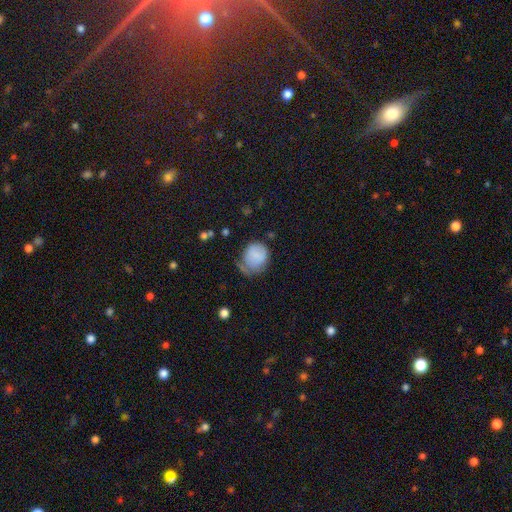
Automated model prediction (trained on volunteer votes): Q: Smooth or featured?
A: smooth (78%); runner-up: featured or disk (14%)
Q: How rounded?
A: round (69%); runner-up: in between (31%)
Q: Merging?
A: none (38%); runner-up: minor disturbance (36%)